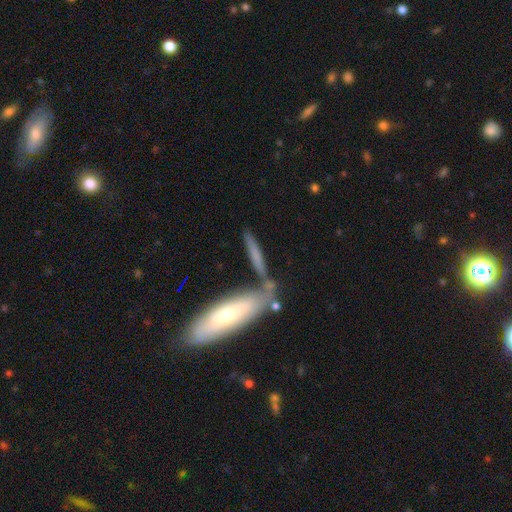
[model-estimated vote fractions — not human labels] Smooth or featured? Predicted: smooth (p=0.58). How rounded? Predicted: cigar-shaped (p=0.81). Merging? Predicted: none (p=0.58).